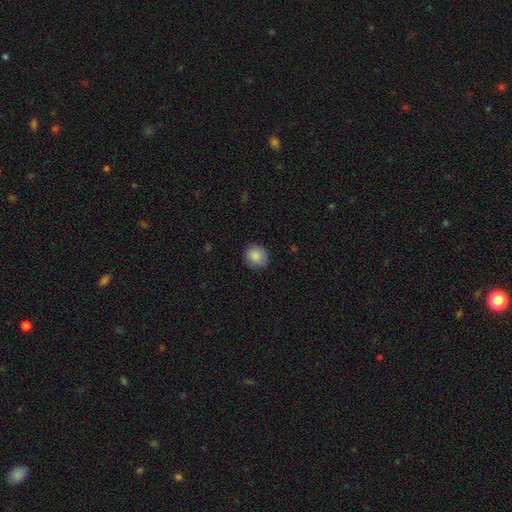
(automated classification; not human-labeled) This is clearly a smooth galaxy (87%). How rounded: clearly round (87%). Merging: clearly none (85%).